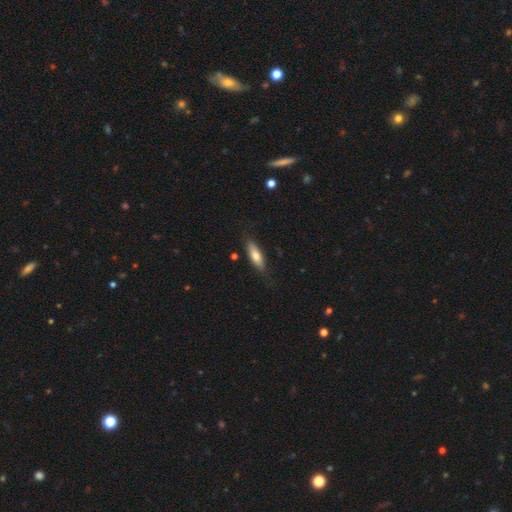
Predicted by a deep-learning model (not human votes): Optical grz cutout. It shows a smooth galaxy with no disk features (69%) that is in between round and cigar-shaped (52%). Merging: none (77%).